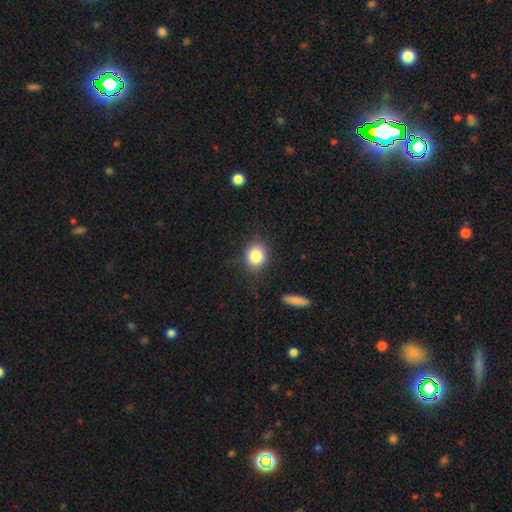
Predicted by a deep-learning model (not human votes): This is clearly a smooth galaxy (83%). How rounded: likely round (73%). Merging: clearly none (82%).